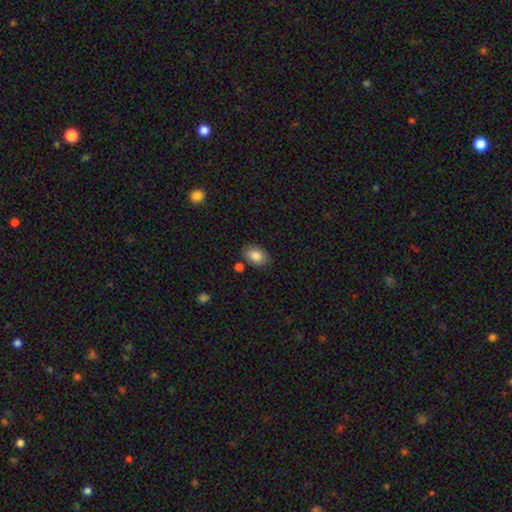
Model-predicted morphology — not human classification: Smooth or featured: smooth — 86% (star or artifact — 7%)
How rounded: in between — 86% (round — 13%)
Merging: none — 80% (minor disturbance — 12%)